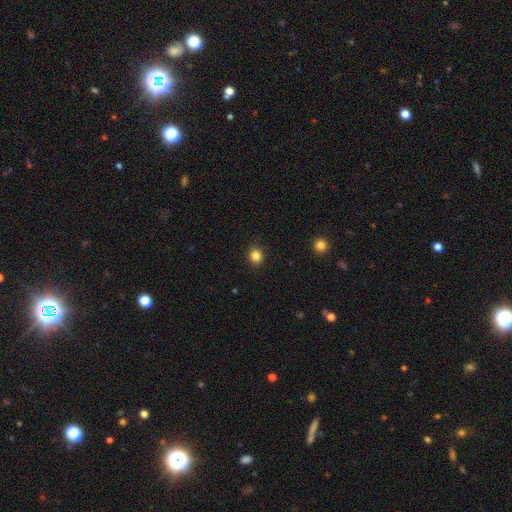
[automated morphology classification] smooth-or-featured: smooth: 84% | star or artifact: 12% | featured or disk: 4%
  how-rounded: round: 85% | in between: 14% | cigar-shaped: 1%
  merging: none: 90% | minor disturbance: 7% | major disturbance: 2% | merger: 1%